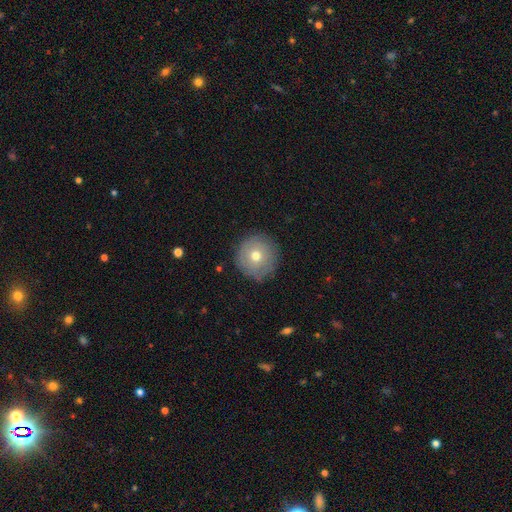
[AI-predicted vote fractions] The model was most divided on "smooth or featured": smooth: 66%, featured or disk: 25%, star or artifact: 10%. More confident: how rounded — round (95%); merging — none (83%).